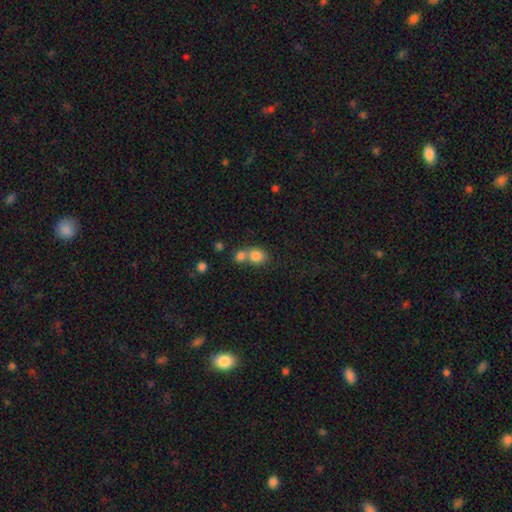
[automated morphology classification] Smooth or featured?
  - smooth: 81% *
  - star or artifact: 10%
  - featured or disk: 9%
How rounded?
  - round: 69% *
  - in between: 30%
  - cigar-shaped: 1%
Merging?
  - merger: 54% *
  - none: 37%
  - minor disturbance: 7%
  - major disturbance: 3%